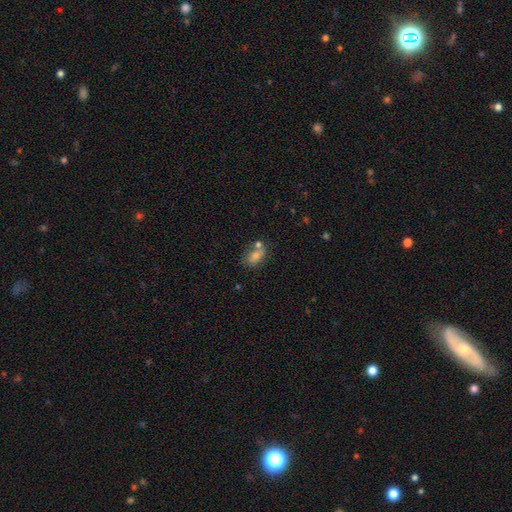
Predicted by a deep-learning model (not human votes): smooth_or_featured: smooth (p=0.65) [alt: featured or disk p=0.22]
how_rounded: in between (p=0.78) [alt: round p=0.19]
merging: none (p=0.51) [alt: merger p=0.27]